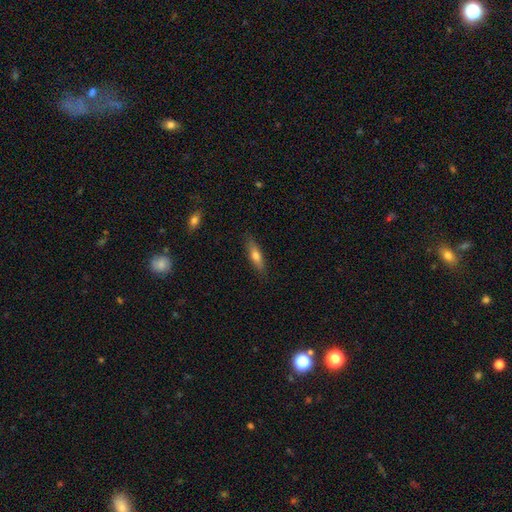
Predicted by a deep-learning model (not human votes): Q: Smooth or featured?
A: smooth (69%); runner-up: featured or disk (25%)
Q: How rounded?
A: cigar-shaped (57%); runner-up: in between (40%)
Q: Merging?
A: none (85%); runner-up: minor disturbance (12%)